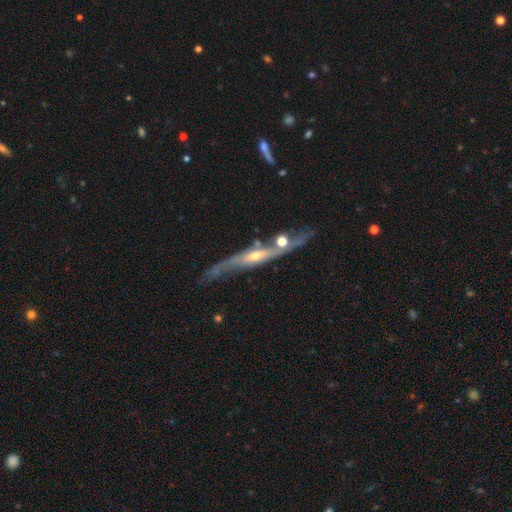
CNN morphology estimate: featured or disk 80%, smooth 14%, star or artifact 7%. Down the decision tree: edge-on disk — yes (74%); edge-on bulge — rounded (74%); merging — none (56%).